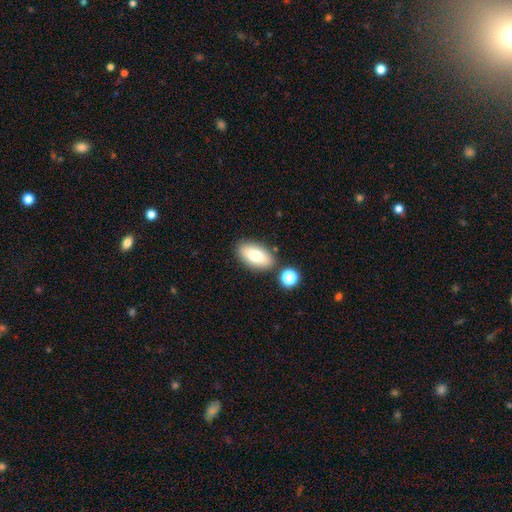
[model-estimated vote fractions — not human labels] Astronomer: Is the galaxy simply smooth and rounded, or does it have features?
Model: smooth — 74%.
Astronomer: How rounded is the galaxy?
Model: in between — 91%.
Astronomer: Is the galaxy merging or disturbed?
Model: none — 81%.